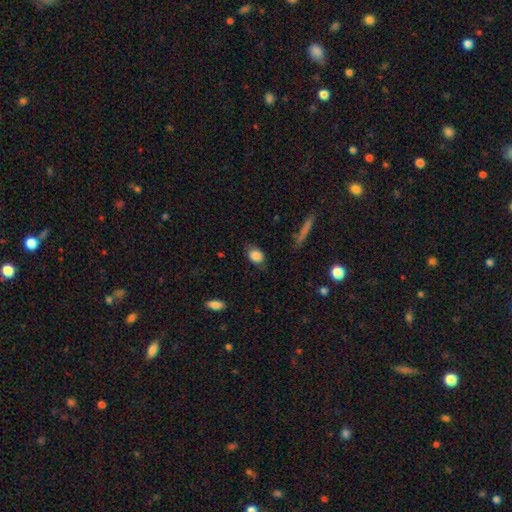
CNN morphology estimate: This is clearly a smooth galaxy (85%). How rounded: likely in between (70%). Merging: likely none (72%).